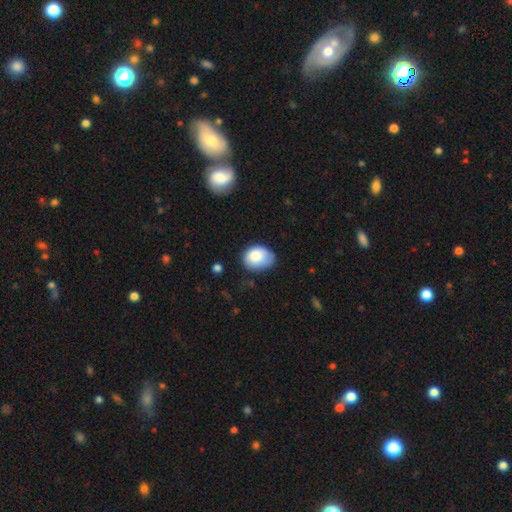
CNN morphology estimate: Smooth or featured? smooth (79%)
How rounded? in between (62%)
Merging? none (50%)